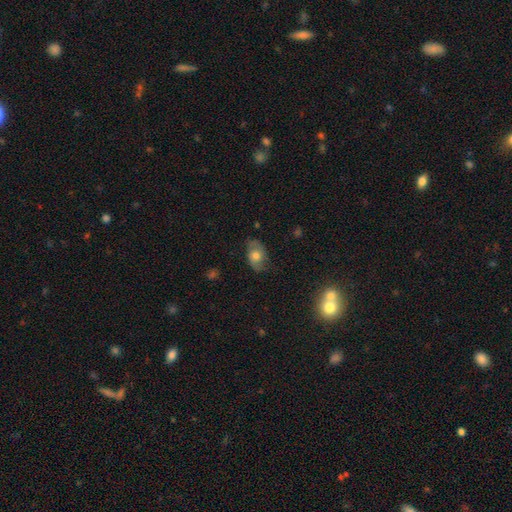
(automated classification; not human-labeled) Overall: smooth (51%; featured or disk 40%). How rounded: in between (81%). Merging: none (70%).